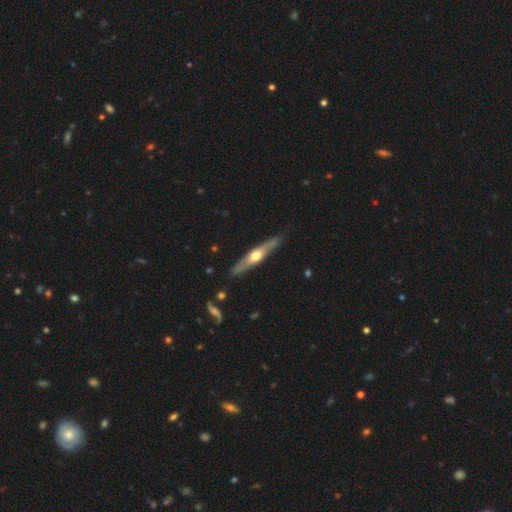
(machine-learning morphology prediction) Smooth or featured: featured or disk — 65% (smooth — 31%)
Edge-on disk: yes — 92% (no — 8%)
Edge-on bulge: rounded — 92% (none — 5%)
Merging: none — 85% (minor disturbance — 11%)